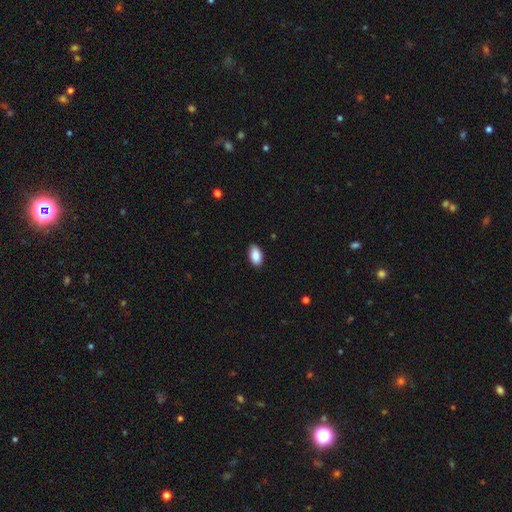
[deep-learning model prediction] Q: Smooth or featured?
A: smooth (88%); runner-up: star or artifact (7%)
Q: How rounded?
A: in between (94%); runner-up: round (4%)
Q: Merging?
A: none (88%); runner-up: minor disturbance (9%)